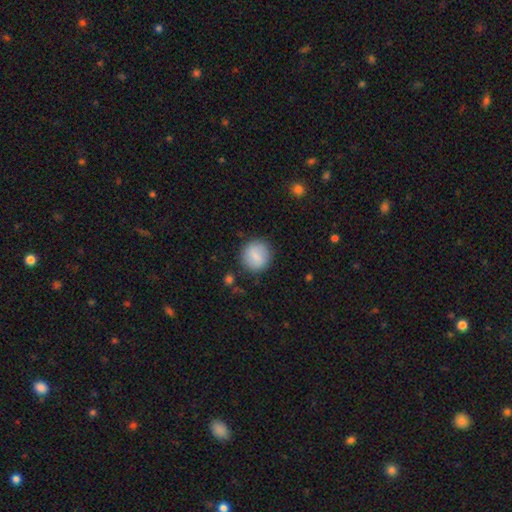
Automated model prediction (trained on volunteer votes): Morphology: type=smooth (81%); roundness=round (90%); merging=none (86%).